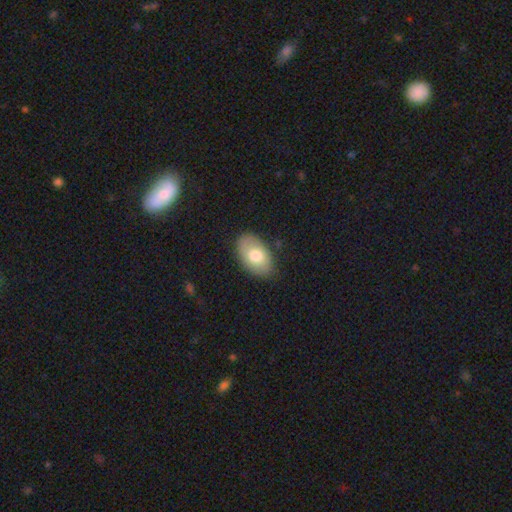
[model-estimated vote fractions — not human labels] Morphology: type=smooth (74%); roundness=in between (91%); merging=none (84%).